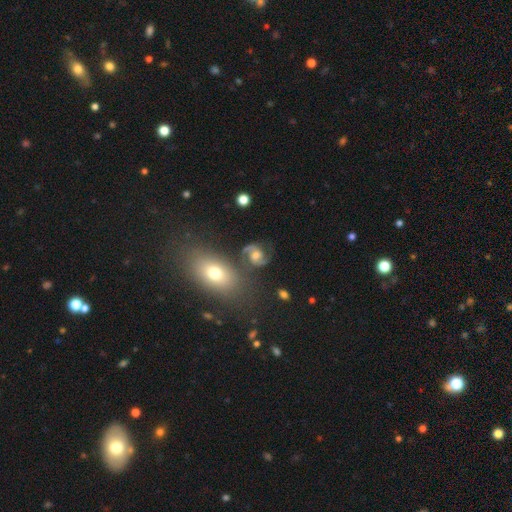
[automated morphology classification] A featured or disk galaxy (79%) with no bar (50%), 2 (92%) medium (56%) spiral arms (94%) and a moderate central bulge (55%).

Vote fractions:
- Smooth or featured? featured or disk: 79% / smooth: 13% / star or artifact: 8%
- Edge-on disk? no: 97% / yes: 3%
- Bar? no: 50% / weak: 41% / strong: 10%
- Spiral arms? yes: 94% / no: 6%
- Spiral winding? medium: 56% / loose: 29% / tight: 15%
- Spiral arm count? 2: 92% / can't tell: 3% / 1: 2% / 3: 1% / 4: 1% / more than 4: 1%
- Bulge size? moderate: 55% / small: 22% / large: 16% / none: 5% / dominant: 2%
- Merging? none: 67% / minor disturbance: 16% / major disturbance: 9% / merger: 8%